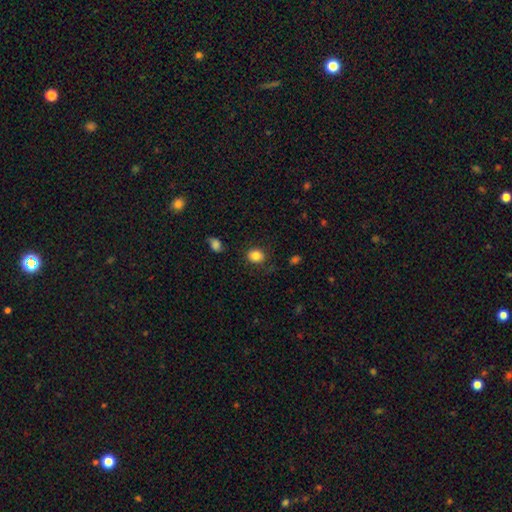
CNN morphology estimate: Smooth or featured: smooth — 84% (star or artifact — 10%)
How rounded: round — 67% (in between — 33%)
Merging: none — 82% (minor disturbance — 12%)